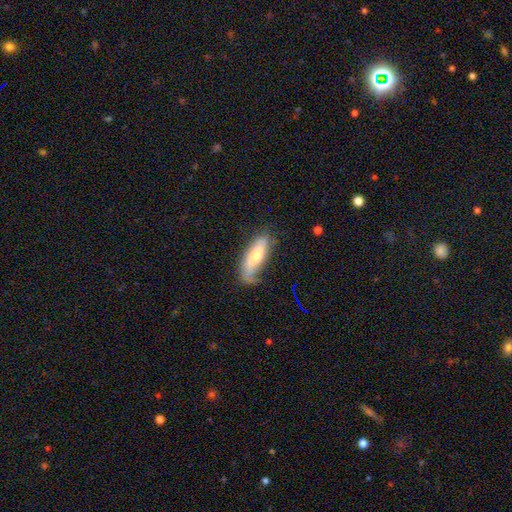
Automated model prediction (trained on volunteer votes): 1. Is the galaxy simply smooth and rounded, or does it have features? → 48% smooth, 45% featured or disk, 7% star or artifact.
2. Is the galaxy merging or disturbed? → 59% none, 27% minor disturbance, 11% major disturbance, 3% merger.